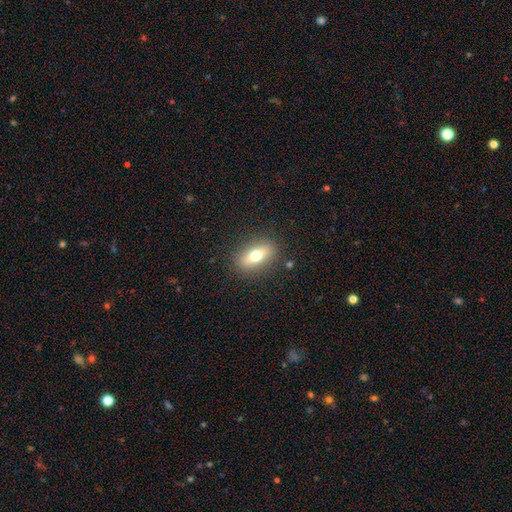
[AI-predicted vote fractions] This is likely a smooth galaxy (66%). How rounded: likely in between (76%). Merging: clearly none (86%).